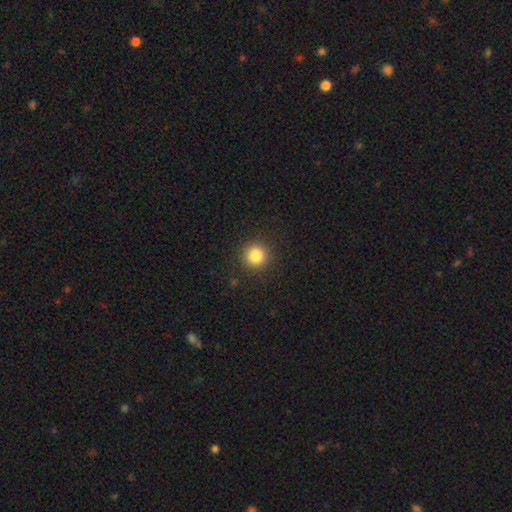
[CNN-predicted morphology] smooth_or_featured: smooth (p=0.84) [alt: star or artifact p=0.11]
how_rounded: round (p=0.95) [alt: in between p=0.04]
merging: none (p=0.91) [alt: minor disturbance p=0.06]